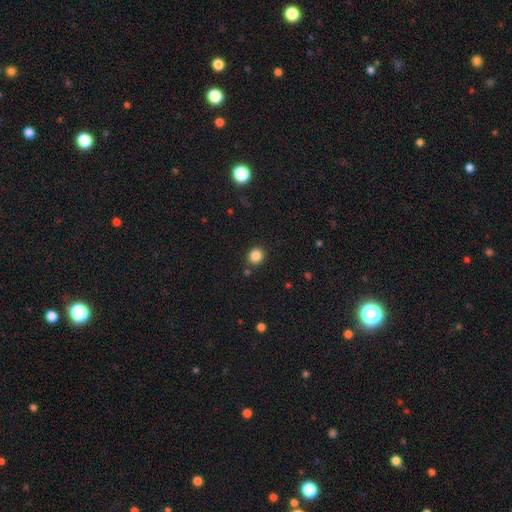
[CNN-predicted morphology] The model was most divided on "how rounded": round: 83%, in between: 16%, cigar-shaped: 1%. More confident: merging — none (86%); smooth or featured — smooth (85%).